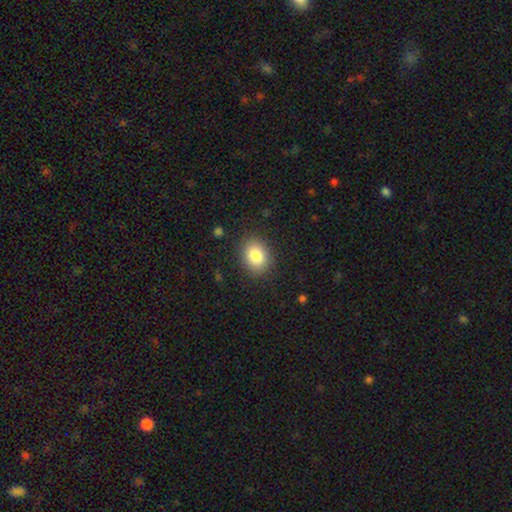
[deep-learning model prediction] A smooth galaxy with no disk features (84%) that is in between round and cigar-shaped (58%).

Vote fractions:
- Smooth or featured? smooth: 84% / star or artifact: 9% / featured or disk: 7%
- How rounded? in between: 58% / round: 41% / cigar-shaped: 1%
- Merging? none: 86% / minor disturbance: 10% / major disturbance: 3% / merger: 1%